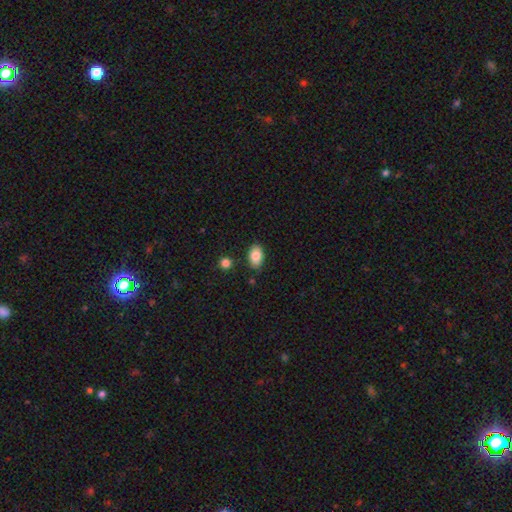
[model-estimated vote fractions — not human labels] This is clearly a smooth galaxy (84%). How rounded: clearly in between (90%). Merging: clearly none (84%).